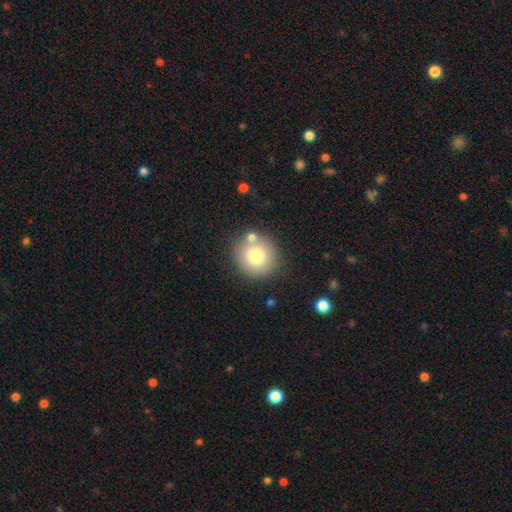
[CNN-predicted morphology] type=smooth (77%); roundness=round (92%); merging=none (78%).